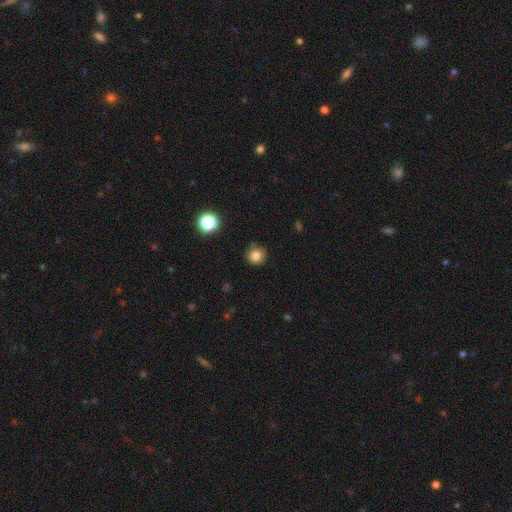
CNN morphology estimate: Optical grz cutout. It shows a smooth galaxy with no disk features (81%) that is round (91%). Merging: none (80%).